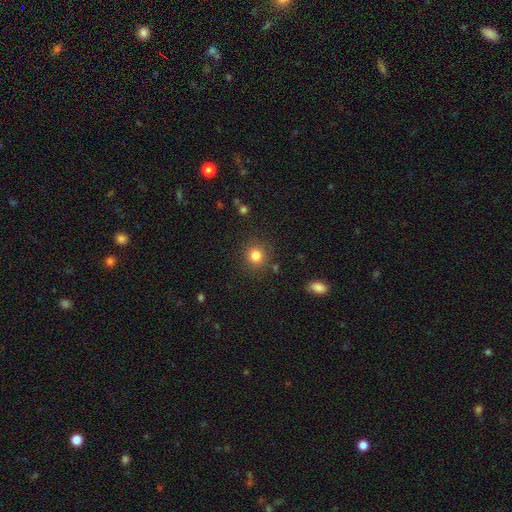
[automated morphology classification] smooth 83%, star or artifact 12%, featured or disk 6%. Down the decision tree: how rounded — round (90%); merging — none (86%).